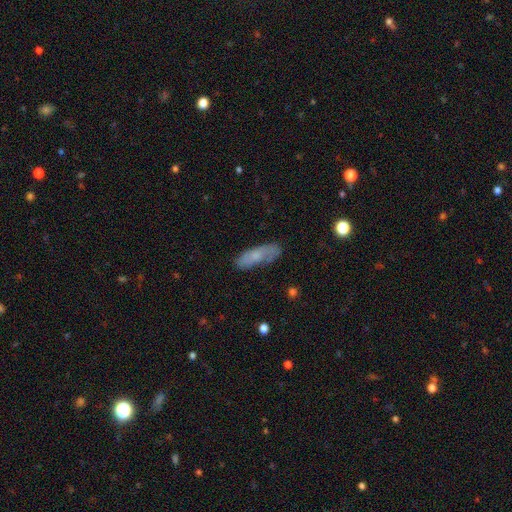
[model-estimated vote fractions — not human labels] Smooth or featured?
  - smooth: 64% *
  - featured or disk: 28%
  - star or artifact: 8%
How rounded?
  - in between: 54% *
  - cigar-shaped: 43%
  - round: 2%
Merging?
  - none: 67% *
  - minor disturbance: 23%
  - major disturbance: 7%
  - merger: 3%